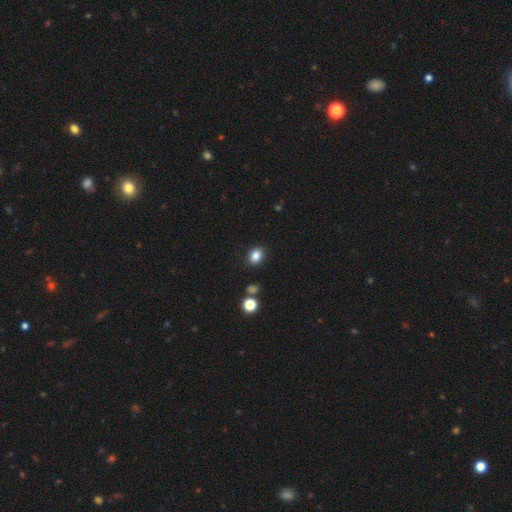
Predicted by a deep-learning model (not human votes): Smooth or featured? smooth (85%)
How rounded? in between (56%)
Merging? none (87%)